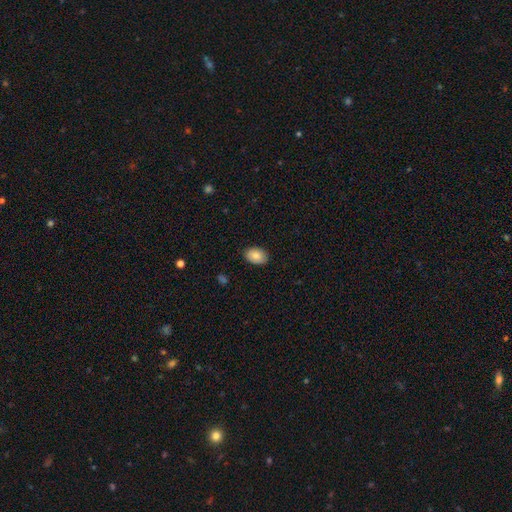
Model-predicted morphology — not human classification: A smooth galaxy with no disk features (85%) that is in between round and cigar-shaped (83%).

Vote fractions:
- Smooth or featured? smooth: 85% / featured or disk: 8% / star or artifact: 7%
- How rounded? in between: 83% / round: 16% / cigar-shaped: 1%
- Merging? none: 88% / minor disturbance: 9% / major disturbance: 2% / merger: 1%